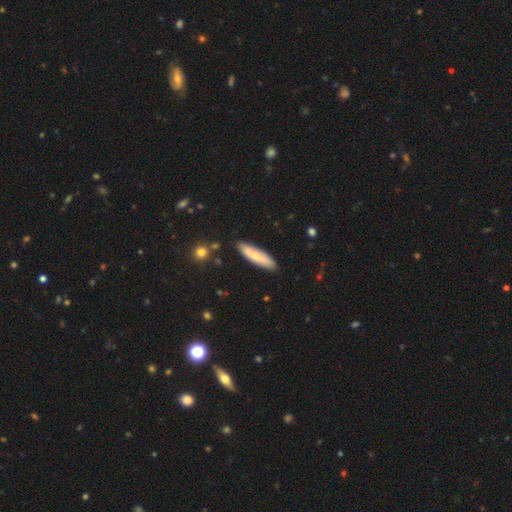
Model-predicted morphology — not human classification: Smooth or featured? smooth (66%)
How rounded? cigar-shaped (65%)
Merging? none (85%)